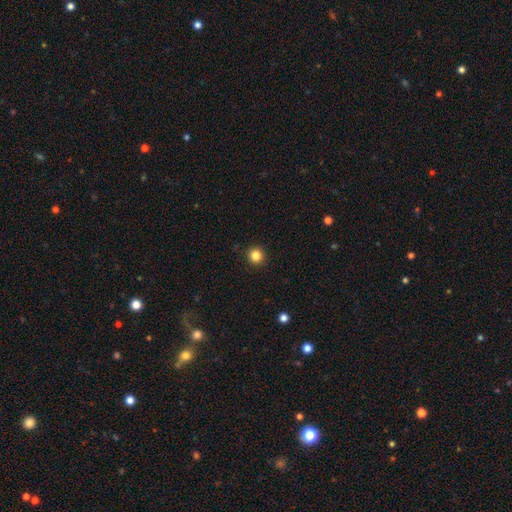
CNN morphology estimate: Smooth or featured?
  - smooth: 84% *
  - star or artifact: 12%
  - featured or disk: 4%
How rounded?
  - round: 94% *
  - in between: 5%
  - cigar-shaped: 1%
Merging?
  - none: 93% *
  - minor disturbance: 5%
  - major disturbance: 2%
  - merger: 1%